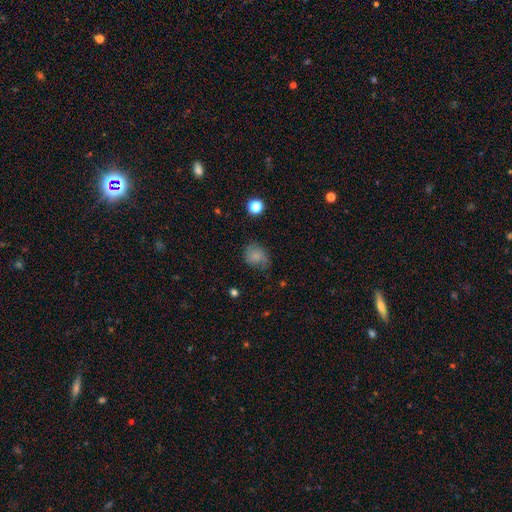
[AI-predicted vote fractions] A smooth galaxy with no disk features (72%) that is round (58%). Merging: none (61%).